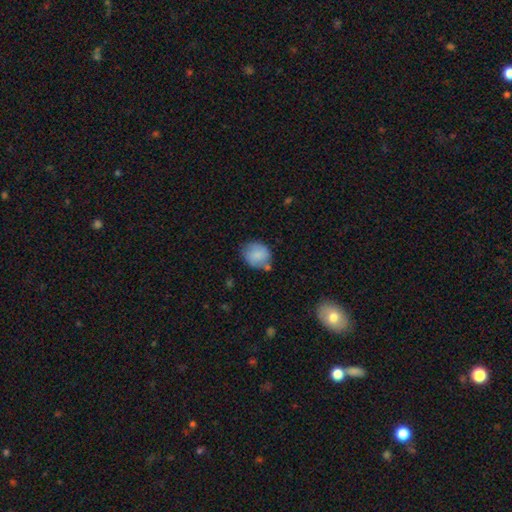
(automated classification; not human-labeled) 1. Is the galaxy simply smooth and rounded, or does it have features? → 82% smooth, 10% featured or disk, 7% star or artifact.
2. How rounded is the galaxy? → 69% round, 30% in between, 1% cigar-shaped.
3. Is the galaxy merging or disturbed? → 63% none, 23% minor disturbance, 8% merger, 5% major disturbance.